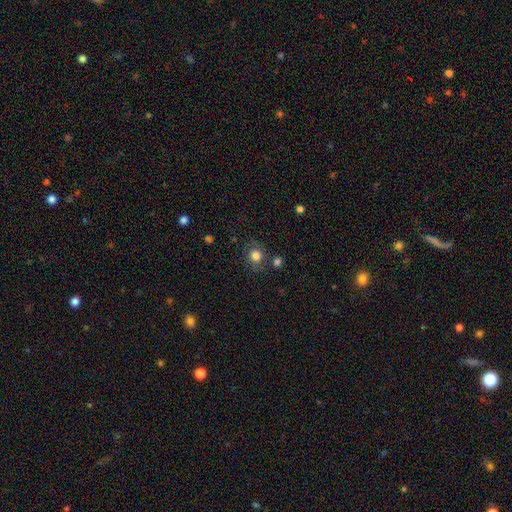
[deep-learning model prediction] smooth_or_featured: smooth (p=0.80) [alt: star or artifact p=0.11]
how_rounded: round (p=0.81) [alt: in between p=0.18]
merging: none (p=0.75) [alt: minor disturbance p=0.14]